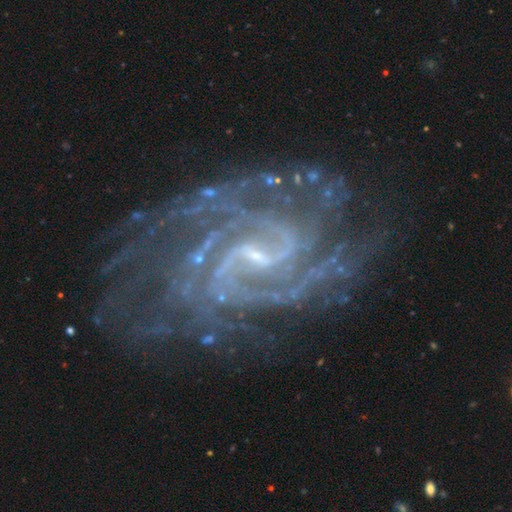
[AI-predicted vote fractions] Overall: featured or disk (91%). Edge-on disk: no (98%). Bar: weak (53%; strong 25%). Spiral arms: yes (98%). Spiral arm count: 2 (42%; can't tell 16%). Spiral winding: tight (54%; medium 38%). Bulge size: small (70%). Merging: none (75%).